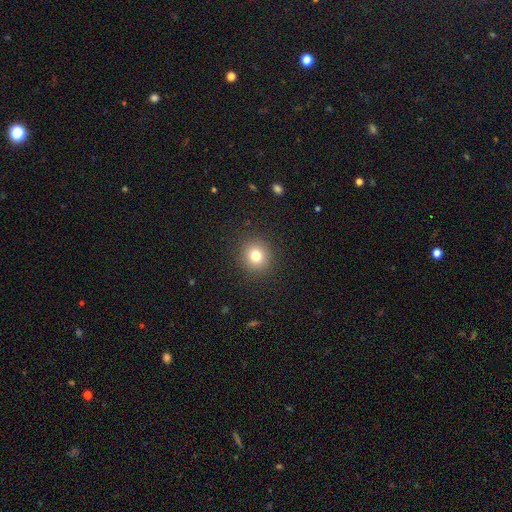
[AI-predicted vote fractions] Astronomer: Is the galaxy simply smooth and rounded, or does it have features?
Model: smooth — 79%.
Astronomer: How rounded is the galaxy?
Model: round — 89%.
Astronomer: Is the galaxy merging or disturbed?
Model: none — 91%.